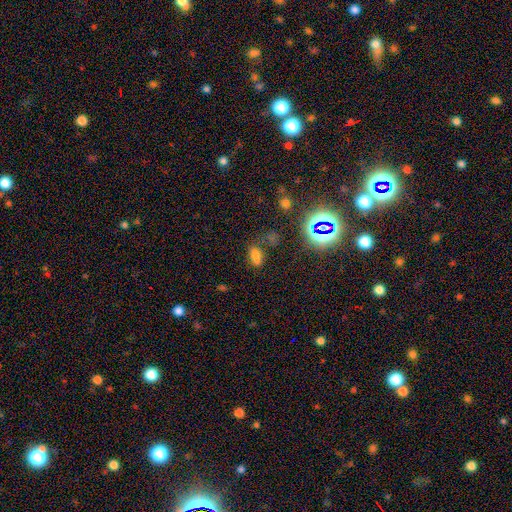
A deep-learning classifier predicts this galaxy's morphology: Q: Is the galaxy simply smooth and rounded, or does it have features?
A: smooth — 63%.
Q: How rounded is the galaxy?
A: in between — 84%.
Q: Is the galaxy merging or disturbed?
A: none — 64%.